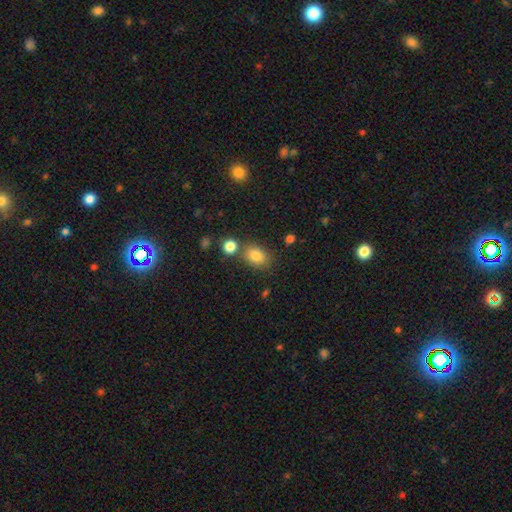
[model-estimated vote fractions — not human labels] smooth-or-featured: smooth: 83% | star or artifact: 10% | featured or disk: 7%
  how-rounded: in between: 71% | round: 27% | cigar-shaped: 1%
  merging: none: 69% | merger: 14% | minor disturbance: 13% | major disturbance: 4%